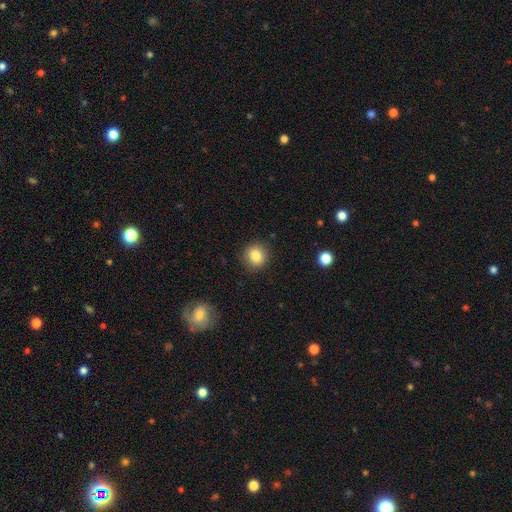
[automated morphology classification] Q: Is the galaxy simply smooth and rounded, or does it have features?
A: smooth — 84%.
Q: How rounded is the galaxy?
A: round — 89%.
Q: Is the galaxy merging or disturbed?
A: none — 89%.